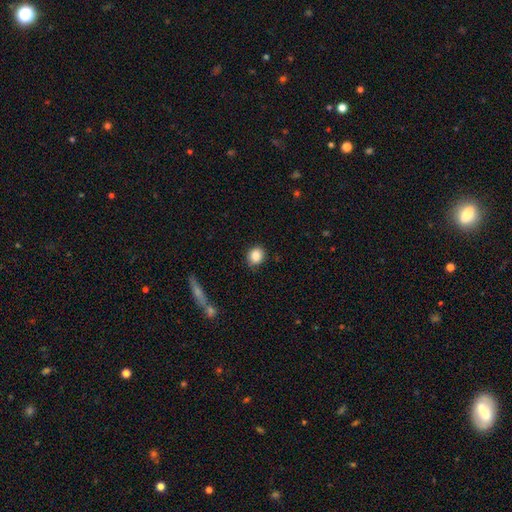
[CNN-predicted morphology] Q: Smooth or featured?
A: smooth (85%); runner-up: star or artifact (9%)
Q: How rounded?
A: round (77%); runner-up: in between (22%)
Q: Merging?
A: none (83%); runner-up: minor disturbance (13%)